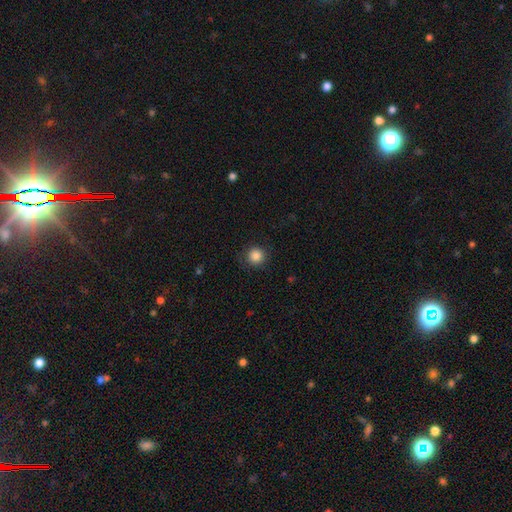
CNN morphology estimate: This appears to be a smooth galaxy with no disk features (87%) that is round (94%). Merging: none (88%).